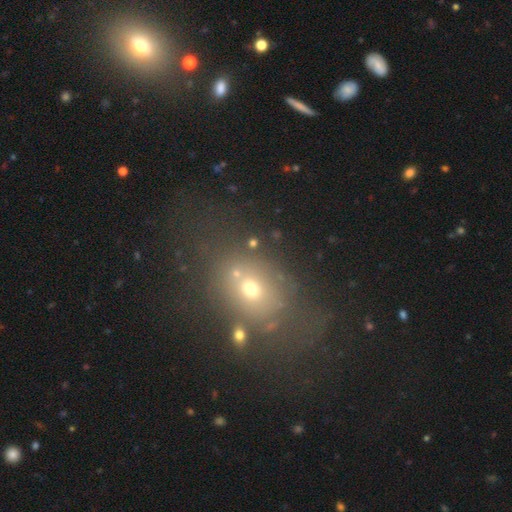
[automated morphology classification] smooth-or-featured: smooth: 54% | star or artifact: 26% | featured or disk: 20%
  how-rounded: in between: 55% | round: 43% | cigar-shaped: 2%
  merging: none: 62% | minor disturbance: 16% | major disturbance: 12% | merger: 11%